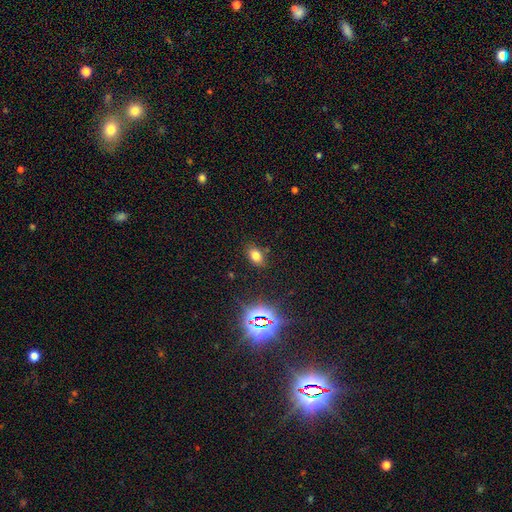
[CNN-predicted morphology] A smooth galaxy with no disk features (73%) that is in between round and cigar-shaped (79%). Merging: none (83%).